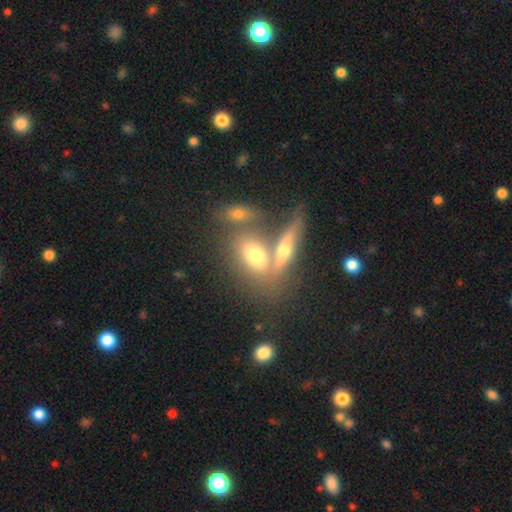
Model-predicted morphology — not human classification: Smooth or featured? Predicted: smooth (p=0.55). How rounded? Predicted: in between (p=0.71). Merging? Predicted: merger (p=0.46).